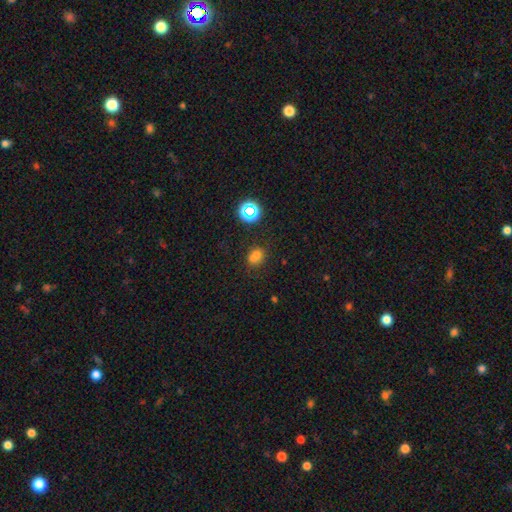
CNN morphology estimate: Smooth or featured? Predicted: smooth (p=0.65). How rounded? Predicted: round (p=0.59). Merging? Predicted: none (p=0.57).